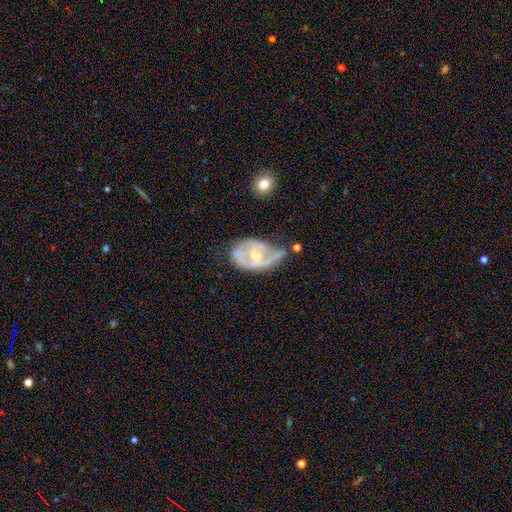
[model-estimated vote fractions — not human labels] The model was most divided on "merging" (2-way tie): minor disturbance: 34%, major disturbance: 34%, none: 23%, merger: 10%. More confident: edge-on disk — no (96%); bar — no (70%); smooth or featured — featured or disk (68%); spiral arms — yes (57%); bulge size — moderate (50%).